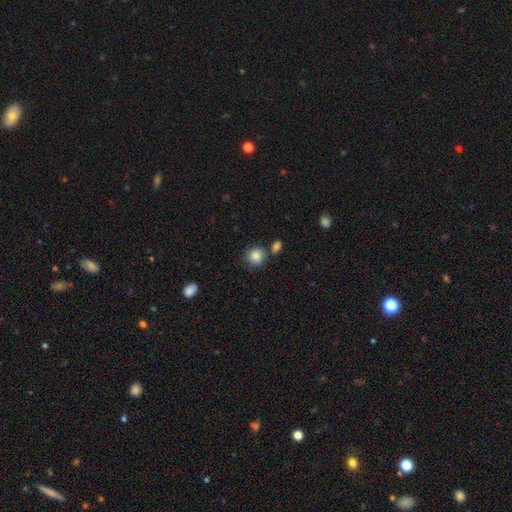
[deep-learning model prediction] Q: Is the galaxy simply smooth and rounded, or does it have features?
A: smooth — 86%.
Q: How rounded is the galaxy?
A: round — 87%.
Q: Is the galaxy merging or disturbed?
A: none — 71%.